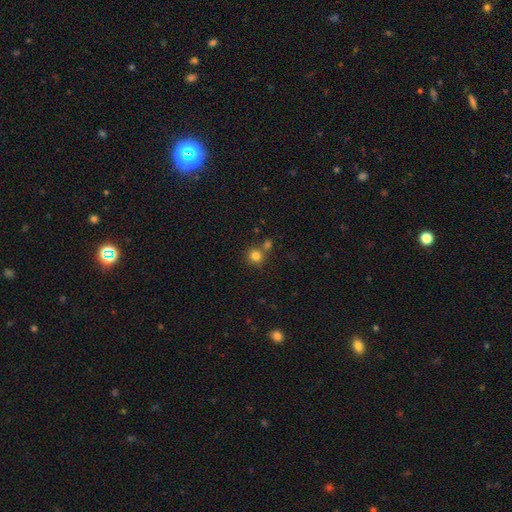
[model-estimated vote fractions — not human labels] This is clearly a smooth galaxy (81%). How rounded: clearly round (91%). Merging: likely none (66%).